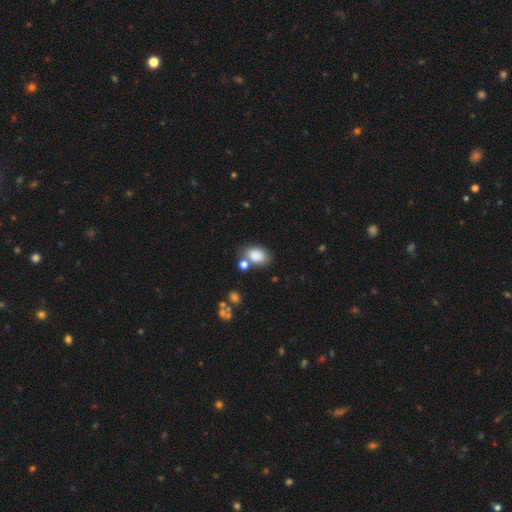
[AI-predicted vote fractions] smooth 84%, star or artifact 9%, featured or disk 7%. Down the decision tree: how rounded — in between (77%); merging — none (58%).